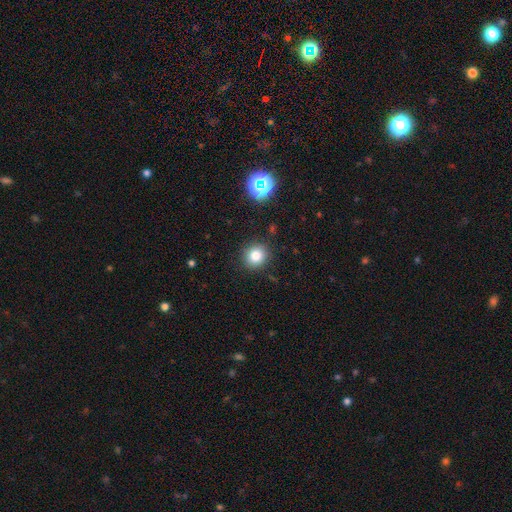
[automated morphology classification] A smooth galaxy with no disk features (80%) that is round (87%).

Vote fractions:
- Smooth or featured? smooth: 80% / star or artifact: 14% / featured or disk: 7%
- How rounded? round: 87% / in between: 12% / cigar-shaped: 1%
- Merging? none: 89% / minor disturbance: 7% / major disturbance: 3% / merger: 1%